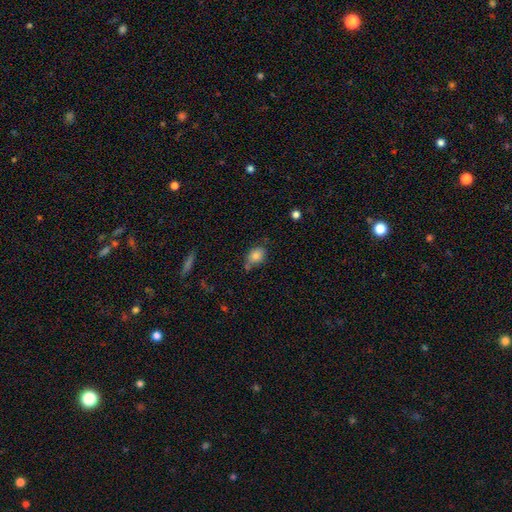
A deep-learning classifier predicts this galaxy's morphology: smooth 81%, star or artifact 9%, featured or disk 9%. Down the decision tree: how rounded — in between (68%); merging — none (60%).